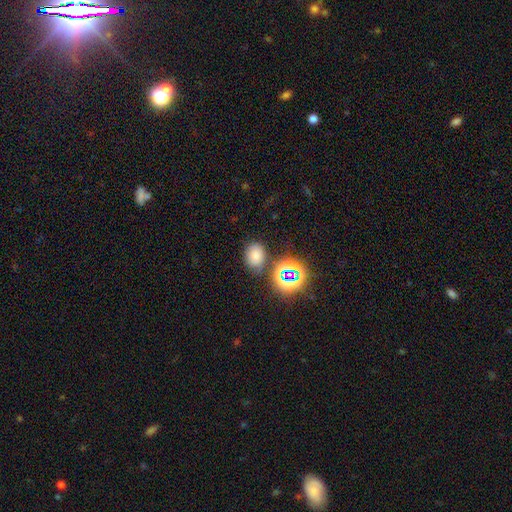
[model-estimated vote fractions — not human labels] Morphology: type=smooth (69%); roundness=in between (64%); merging=none (75%).